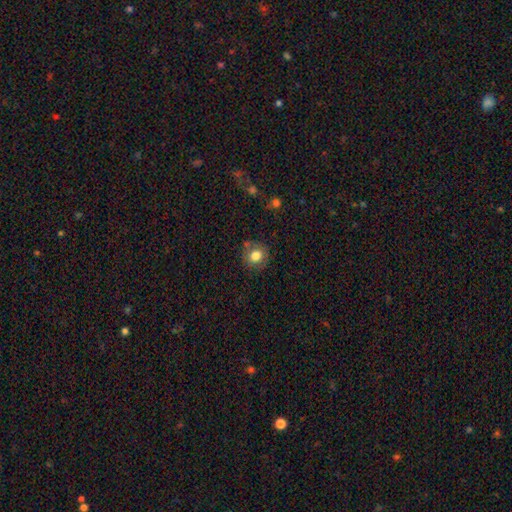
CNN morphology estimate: type=smooth (75%); roundness=round (84%); merging=none (78%).